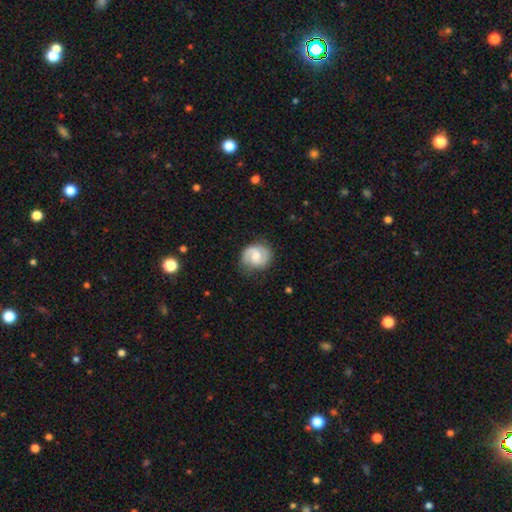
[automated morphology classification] Smooth or featured? Predicted: featured or disk (p=0.70). Edge-on disk? Predicted: no (p=0.98). Bar? Predicted: weak (p=0.51). Spiral arms? Predicted: yes (p=0.94). Spiral winding? Predicted: medium (p=0.47). Spiral arm count? Predicted: 2 (p=0.85). Bulge size? Predicted: moderate (p=0.57). Merging? Predicted: none (p=0.78).